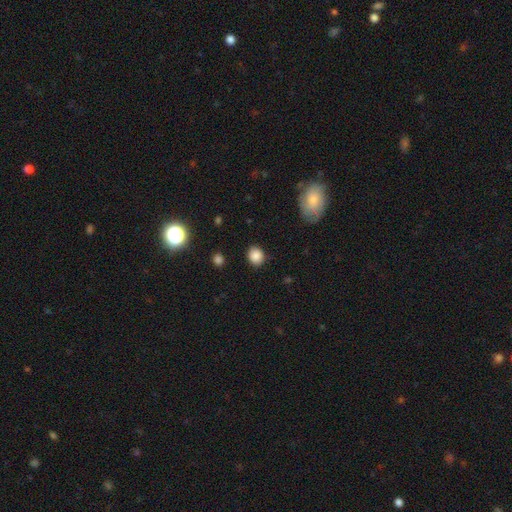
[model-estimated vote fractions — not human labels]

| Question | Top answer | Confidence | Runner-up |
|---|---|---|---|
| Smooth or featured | smooth | 86% | star or artifact (10%) |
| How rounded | round | 72% | in between (27%) |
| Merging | none | 86% | minor disturbance (10%) |